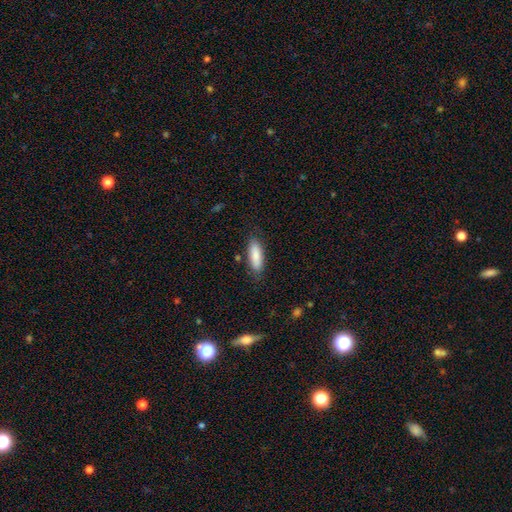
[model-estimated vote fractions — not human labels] Smooth or featured?
  - smooth: 85% *
  - featured or disk: 9%
  - star or artifact: 6%
How rounded?
  - in between: 63% *
  - cigar-shaped: 35%
  - round: 2%
Merging?
  - none: 81% *
  - minor disturbance: 14%
  - major disturbance: 3%
  - merger: 2%